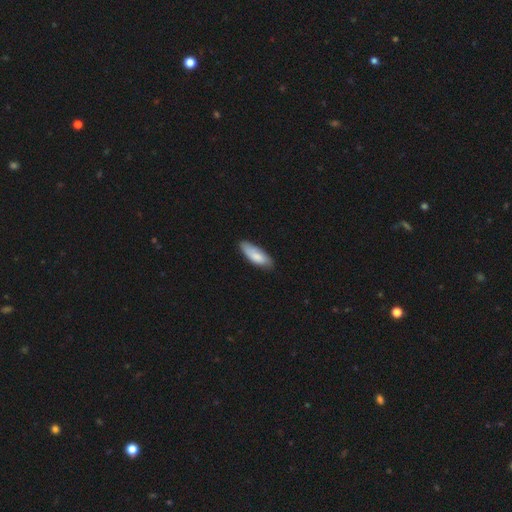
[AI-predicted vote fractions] smooth_or_featured: smooth (p=0.80) [alt: featured or disk p=0.14]
how_rounded: in between (p=0.65) [alt: cigar-shaped p=0.33]
merging: none (p=0.74) [alt: minor disturbance p=0.22]